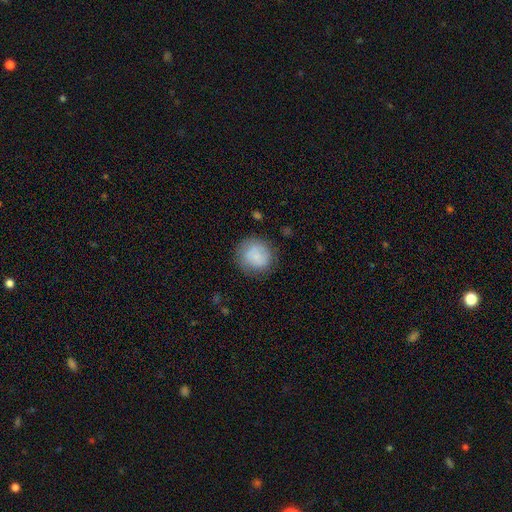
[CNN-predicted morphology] This is likely a smooth galaxy (78%). How rounded: clearly round (87%). Merging: likely none (73%).